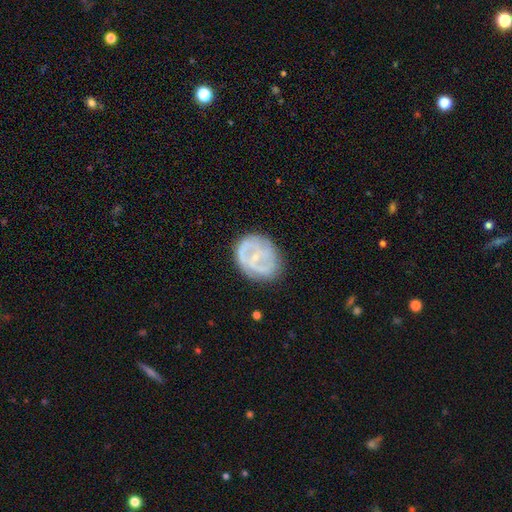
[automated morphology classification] A featured or disk galaxy (61%) with no bar (50%), spiral arms (59%) and a small central bulge (68%). Merging: none (73%).